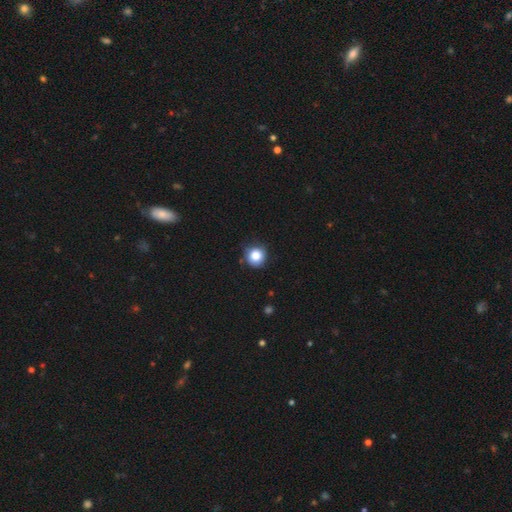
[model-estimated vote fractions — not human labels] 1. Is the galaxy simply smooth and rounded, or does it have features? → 84% smooth, 11% star or artifact, 6% featured or disk.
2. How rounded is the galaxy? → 92% round, 7% in between, 1% cigar-shaped.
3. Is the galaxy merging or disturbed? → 81% none, 15% minor disturbance, 3% major disturbance, 2% merger.